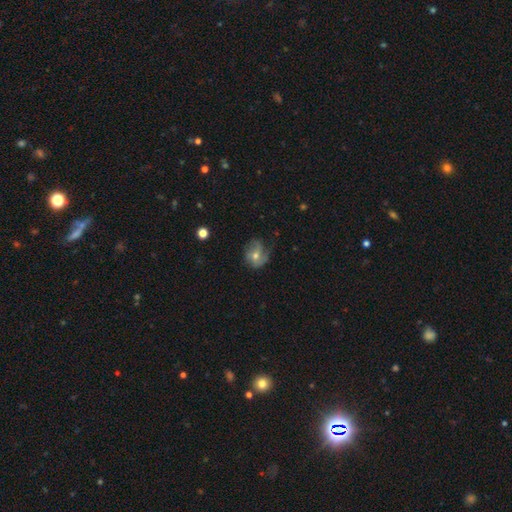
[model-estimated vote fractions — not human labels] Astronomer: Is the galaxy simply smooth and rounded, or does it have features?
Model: featured or disk — 57% (runner-up: smooth, 33%).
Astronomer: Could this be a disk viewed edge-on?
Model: no — 97%.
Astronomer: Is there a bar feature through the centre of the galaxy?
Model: no — 68%.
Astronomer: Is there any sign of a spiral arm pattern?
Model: yes — 82%.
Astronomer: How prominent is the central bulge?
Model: moderate — 57% (runner-up: small, 37%).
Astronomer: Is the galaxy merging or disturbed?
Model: none — 56%.